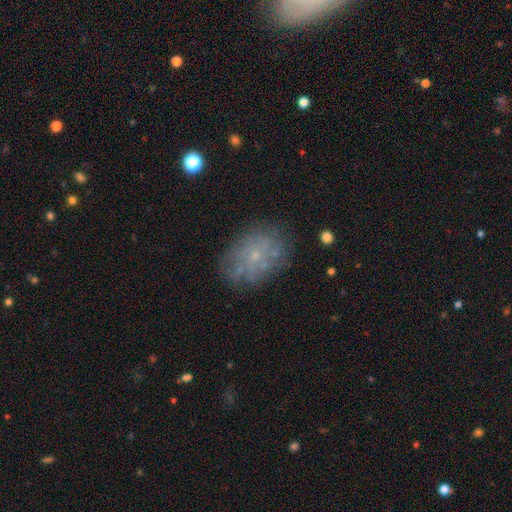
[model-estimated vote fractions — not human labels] featured or disk 52%, smooth 34%, star or artifact 14%. Down the decision tree: edge-on disk — no (96%); merging — none (73%).